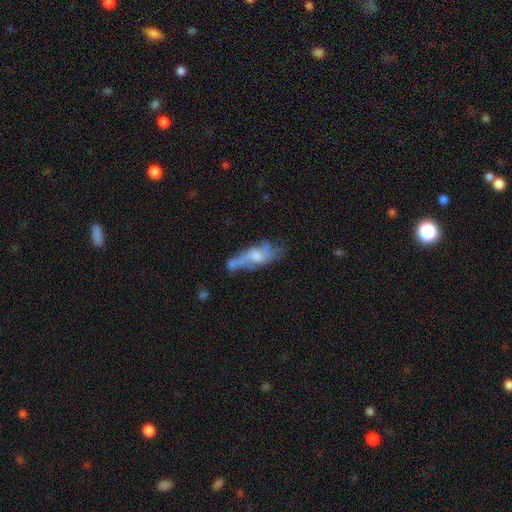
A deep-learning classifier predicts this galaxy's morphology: The model was most divided on "merging": none: 34%, minor disturbance: 24%, merger: 21%, major disturbance: 20%. More confident: edge-on disk — no (74%); smooth or featured — featured or disk (54%).